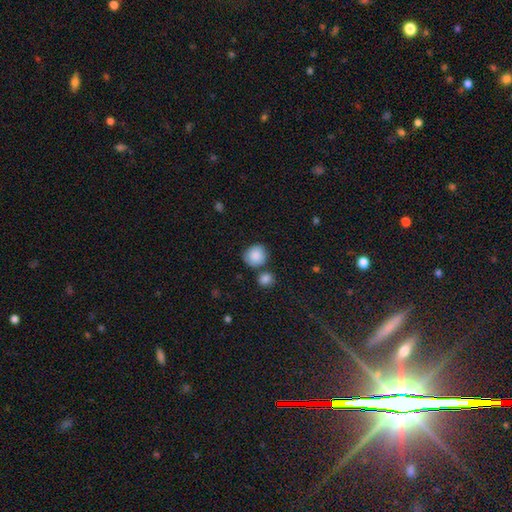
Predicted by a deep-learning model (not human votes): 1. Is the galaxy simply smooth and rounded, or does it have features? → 87% smooth, 7% star or artifact, 6% featured or disk.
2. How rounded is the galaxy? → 83% round, 16% in between, 1% cigar-shaped.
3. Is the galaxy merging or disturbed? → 68% none, 14% merger, 14% minor disturbance, 4% major disturbance.